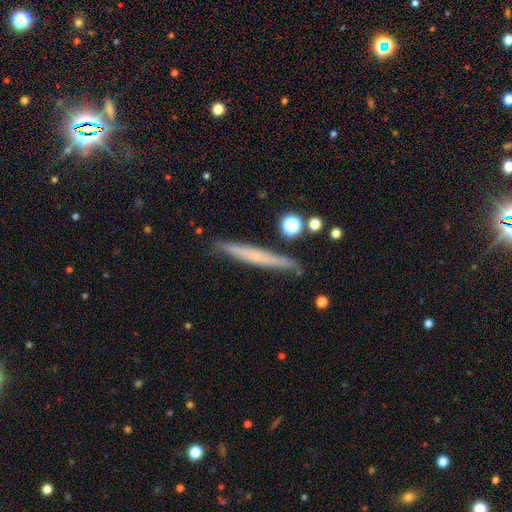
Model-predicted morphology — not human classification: Q: Smooth or featured?
A: featured or disk (47%); runner-up: smooth (45%)
Q: Merging?
A: none (83%); runner-up: minor disturbance (12%)